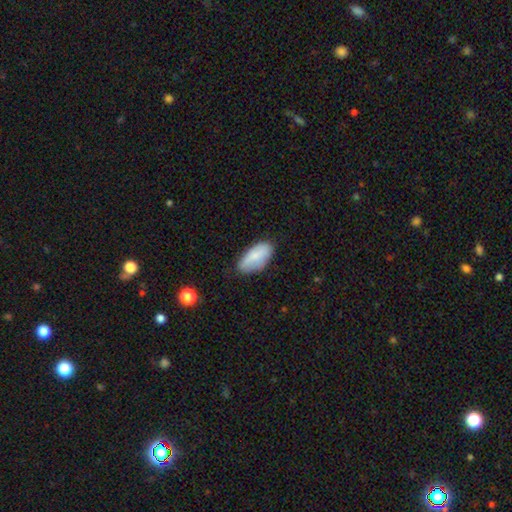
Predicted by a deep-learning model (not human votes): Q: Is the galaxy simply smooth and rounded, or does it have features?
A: smooth — 81%.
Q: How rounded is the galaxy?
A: in between — 92%.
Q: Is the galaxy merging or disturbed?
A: none — 74%.